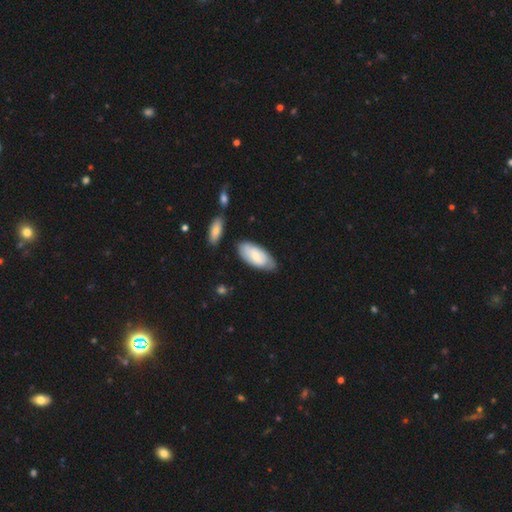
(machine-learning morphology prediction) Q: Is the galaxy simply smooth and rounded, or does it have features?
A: smooth — 57%.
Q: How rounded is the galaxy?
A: in between — 90%.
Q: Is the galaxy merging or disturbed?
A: none — 71%.